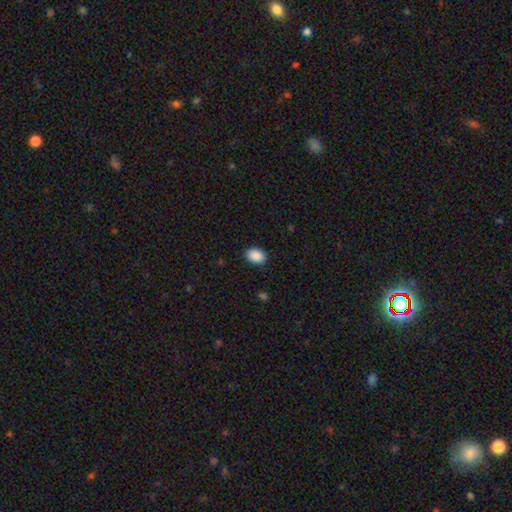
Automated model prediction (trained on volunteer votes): Morphology: type=smooth (90%); roundness=in between (82%); merging=none (89%).